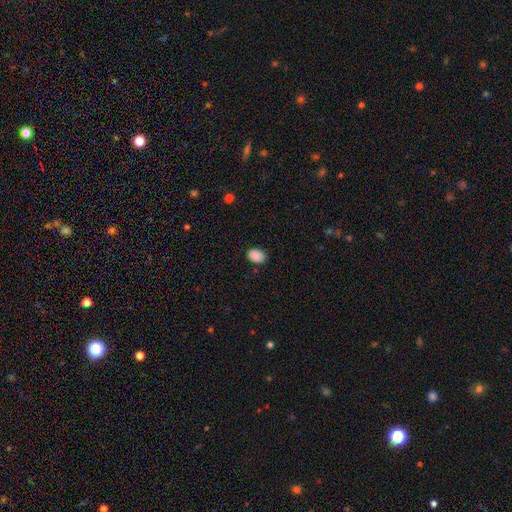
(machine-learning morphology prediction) type=smooth (89%); roundness=in between (73%); merging=none (82%).